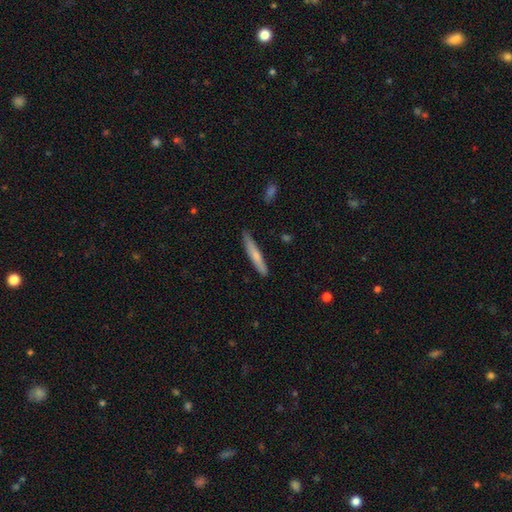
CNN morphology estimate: The model was most divided on "smooth or featured": smooth: 65%, featured or disk: 29%, star or artifact: 6%. More confident: how rounded — cigar-shaped (94%); merging — none (85%).